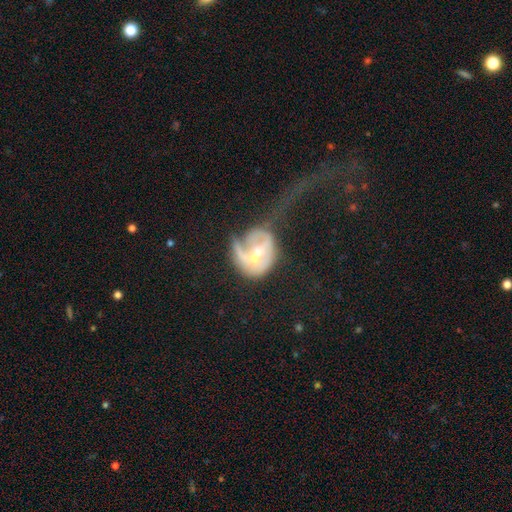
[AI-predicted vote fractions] Smooth or featured? Predicted: featured or disk (p=0.62). Edge-on disk? Predicted: no (p=0.96). Bar? Predicted: no (p=0.56). Spiral arms? Predicted: no (p=0.53). Bulge size? Predicted: moderate (p=0.53). Merging? Predicted: major disturbance (p=0.39).